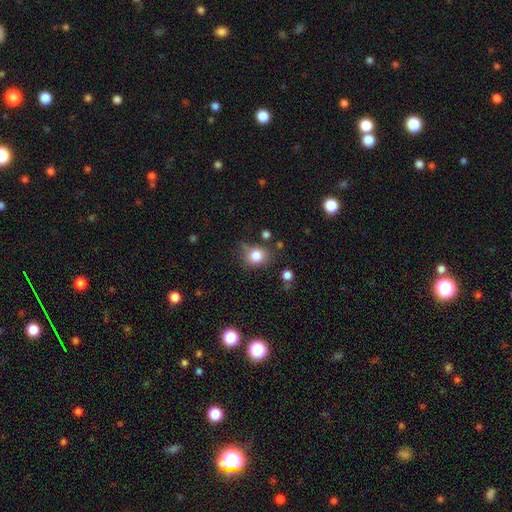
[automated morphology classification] This appears to be a smooth galaxy with no disk features (82%) that is round (66%). Merging: none (68%).